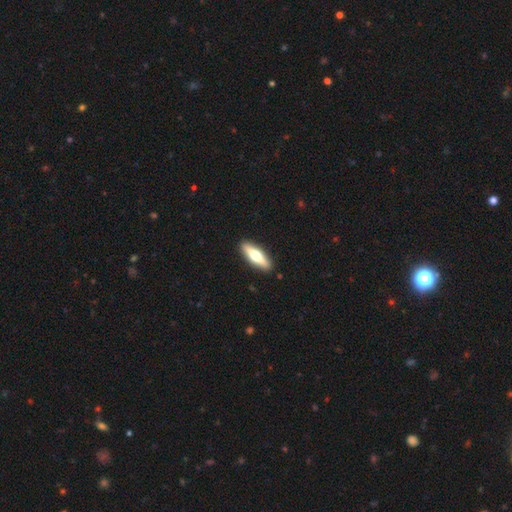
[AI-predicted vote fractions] Smooth or featured: featured or disk — 49% (smooth — 46%)
Merging: none — 91% (minor disturbance — 7%)